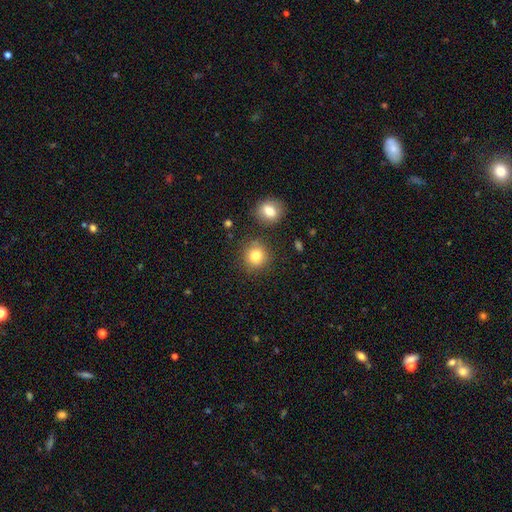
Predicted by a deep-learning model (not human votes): Smooth or featured: smooth — 80% (star or artifact — 12%)
How rounded: round — 90% (in between — 9%)
Merging: none — 80% (minor disturbance — 10%)